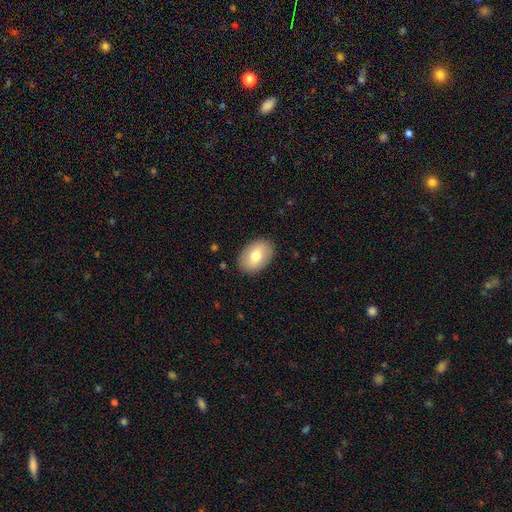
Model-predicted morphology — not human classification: Smooth or featured?
  - smooth: 71% *
  - featured or disk: 23%
  - star or artifact: 7%
How rounded?
  - in between: 83% *
  - round: 15%
  - cigar-shaped: 1%
Merging?
  - none: 88% *
  - minor disturbance: 9%
  - major disturbance: 2%
  - merger: 1%